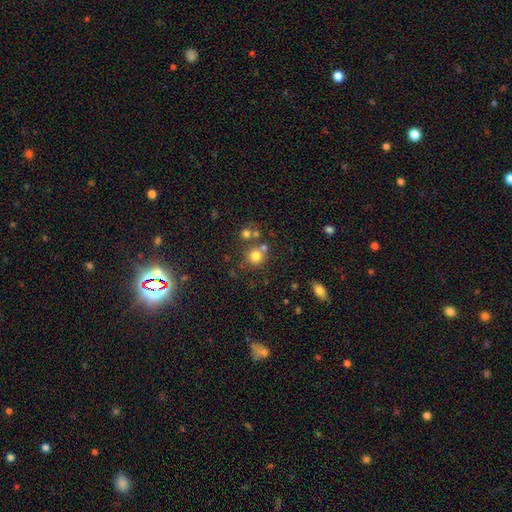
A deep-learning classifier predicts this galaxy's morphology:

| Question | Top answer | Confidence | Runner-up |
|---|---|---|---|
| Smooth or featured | smooth | 75% | star or artifact (16%) |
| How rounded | round | 88% | in between (11%) |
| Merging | none | 67% | merger (20%) |